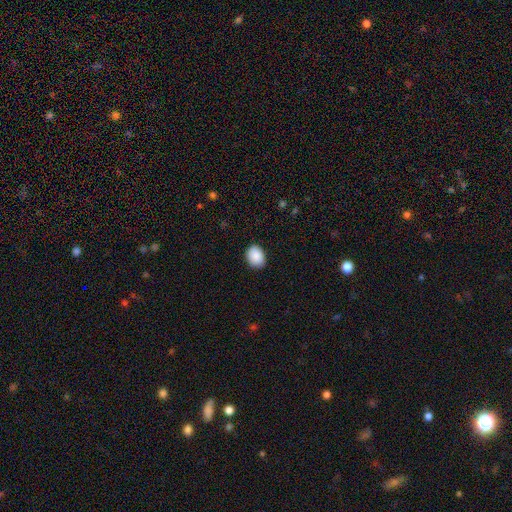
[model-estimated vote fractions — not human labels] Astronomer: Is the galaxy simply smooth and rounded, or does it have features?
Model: smooth — 90%.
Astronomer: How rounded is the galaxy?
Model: in between — 63%.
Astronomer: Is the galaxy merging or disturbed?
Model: none — 88%.